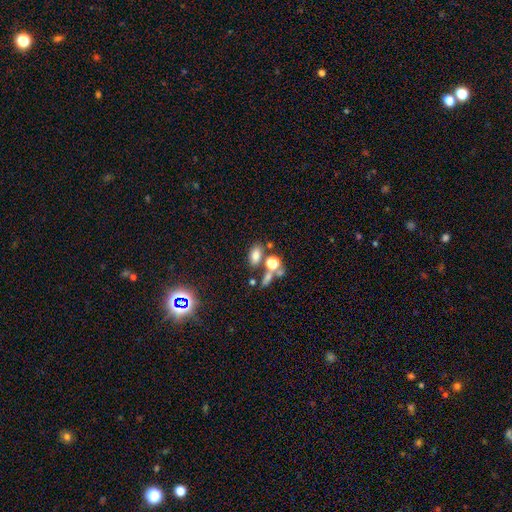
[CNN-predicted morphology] type=smooth (73%); roundness=in between (81%); merging=none (56%).